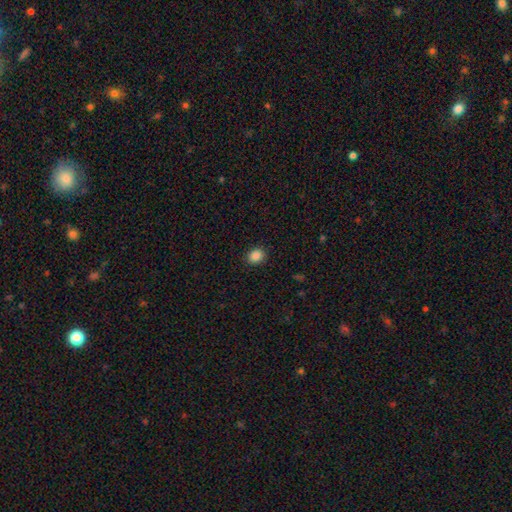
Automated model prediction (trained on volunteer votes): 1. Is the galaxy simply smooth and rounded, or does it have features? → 87% smooth, 10% star or artifact, 3% featured or disk.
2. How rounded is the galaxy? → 56% round, 44% in between, 1% cigar-shaped.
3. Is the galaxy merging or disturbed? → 90% none, 7% minor disturbance, 2% major disturbance, 1% merger.